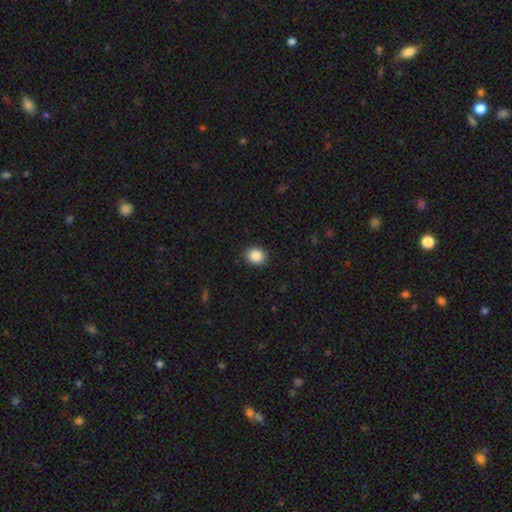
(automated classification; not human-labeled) A smooth galaxy with no disk features (88%) that is round (71%). Merging: none (89%).